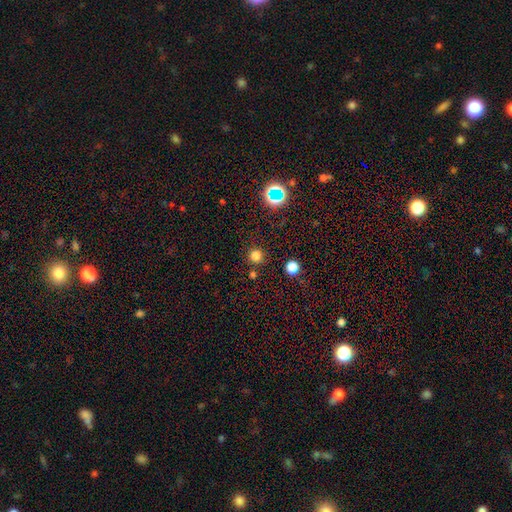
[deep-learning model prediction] A smooth galaxy with no disk features (76%) that is round (94%).

Vote fractions:
- Smooth or featured? smooth: 76% / star or artifact: 19% / featured or disk: 5%
- How rounded? round: 94% / in between: 5% / cigar-shaped: 1%
- Merging? none: 86% / minor disturbance: 7% / merger: 5% / major disturbance: 3%